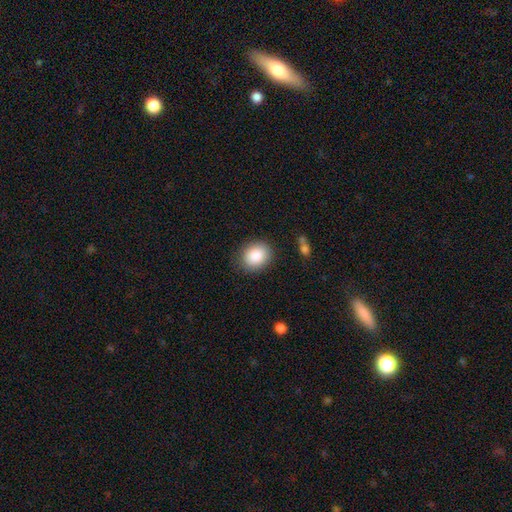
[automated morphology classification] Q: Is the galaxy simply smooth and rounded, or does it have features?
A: smooth — 87%.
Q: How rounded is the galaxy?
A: round — 57%.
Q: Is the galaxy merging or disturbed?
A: none — 84%.